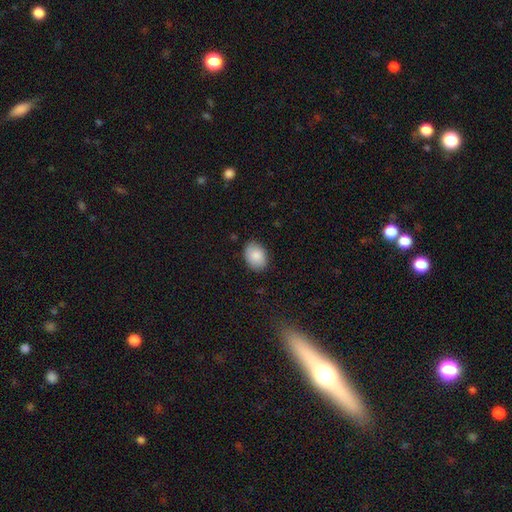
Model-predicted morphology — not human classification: A smooth galaxy with no disk features (86%) that is in between round and cigar-shaped (72%).

Vote fractions:
- Smooth or featured? smooth: 86% / featured or disk: 8% / star or artifact: 7%
- How rounded? in between: 72% / round: 27% / cigar-shaped: 1%
- Merging? none: 82% / minor disturbance: 15% / major disturbance: 2% / merger: 1%